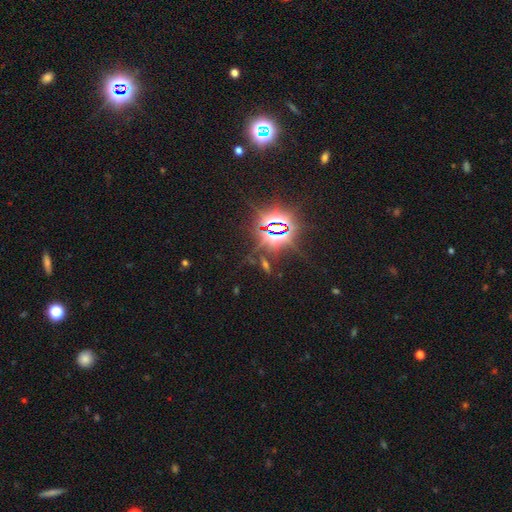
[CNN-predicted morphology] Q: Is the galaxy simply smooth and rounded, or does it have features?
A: star or artifact — 83%.